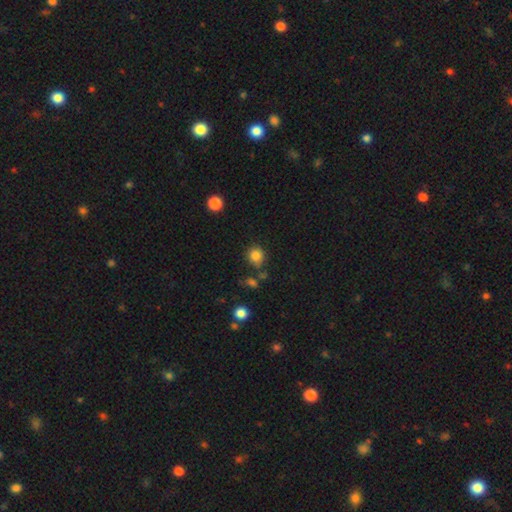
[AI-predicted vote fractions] A smooth galaxy with no disk features (83%) that is round (86%). Merging: none (74%).